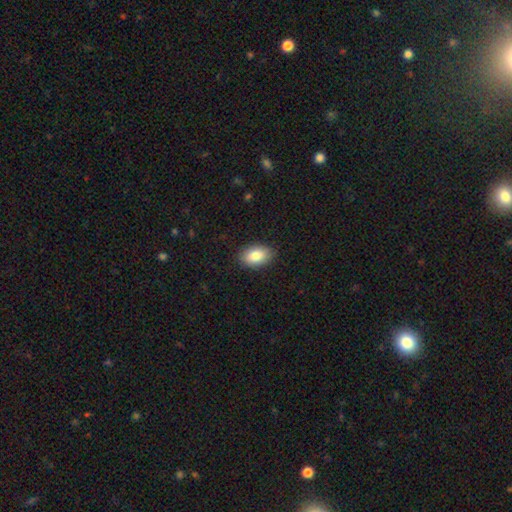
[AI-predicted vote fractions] Overall: smooth (84%). How rounded: in between (91%). Merging: none (87%).